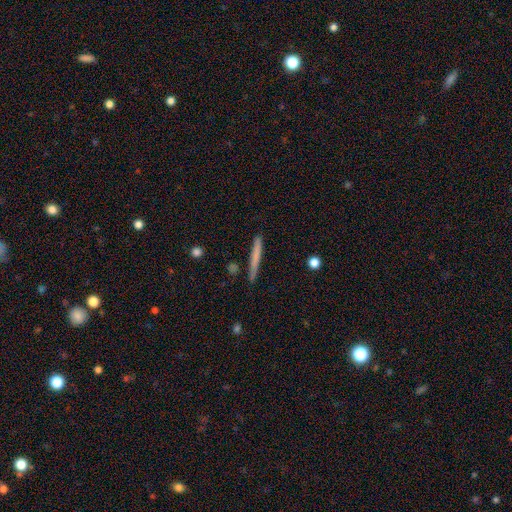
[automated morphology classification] The model was most divided on "smooth or featured": smooth: 65%, featured or disk: 29%, star or artifact: 6%. More confident: how rounded — cigar-shaped (96%); merging — none (85%).